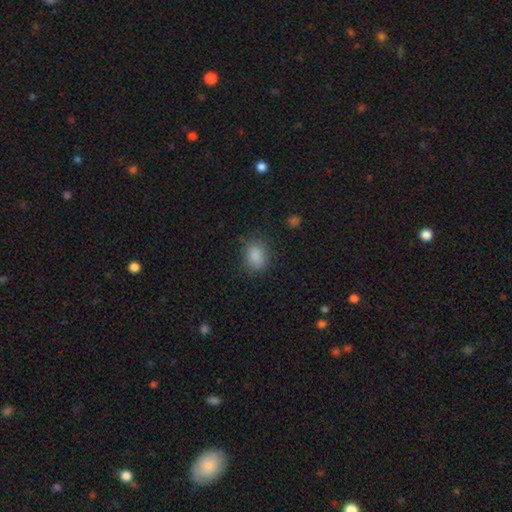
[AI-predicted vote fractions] Q: Smooth or featured?
A: smooth (86%); runner-up: star or artifact (10%)
Q: How rounded?
A: in between (61%); runner-up: round (38%)
Q: Merging?
A: none (80%); runner-up: minor disturbance (14%)